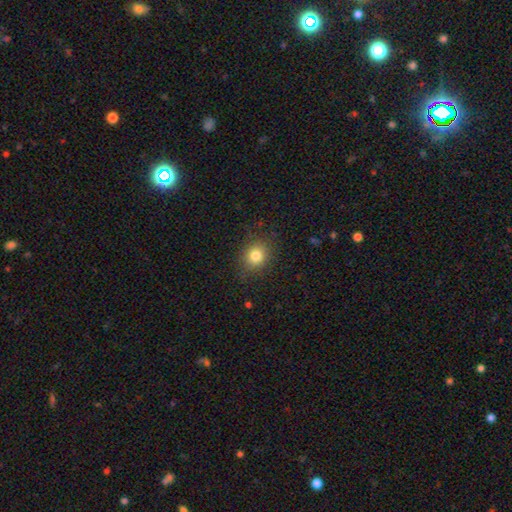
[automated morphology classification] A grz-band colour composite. It shows a smooth galaxy with no disk features (81%) that is round (69%). Merging: none (85%).